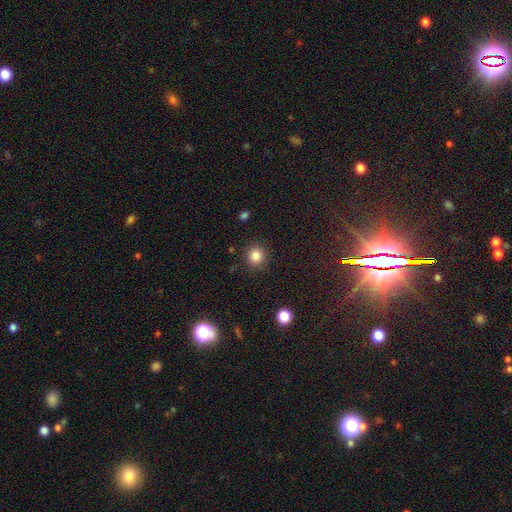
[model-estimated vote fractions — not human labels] smooth-or-featured: smooth: 85% | star or artifact: 11% | featured or disk: 4%
  how-rounded: round: 87% | in between: 12% | cigar-shaped: 1%
  merging: none: 88% | minor disturbance: 7% | major disturbance: 3% | merger: 2%